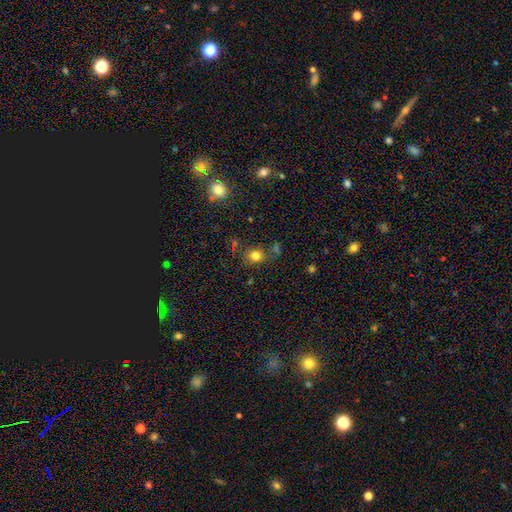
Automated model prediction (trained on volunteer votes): The model was most divided on "how rounded": round: 76%, in between: 23%, cigar-shaped: 1%. More confident: smooth or featured — smooth (78%); merging — none (73%).